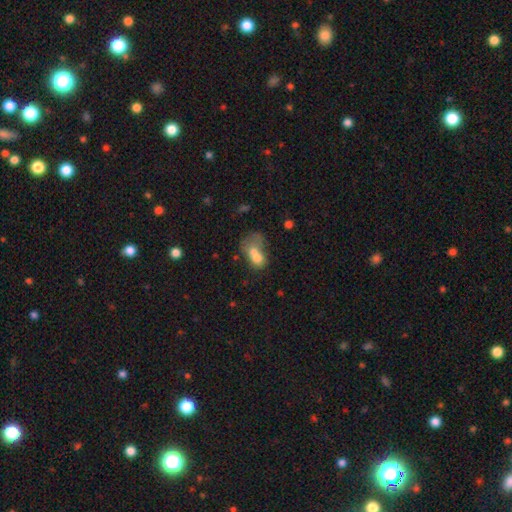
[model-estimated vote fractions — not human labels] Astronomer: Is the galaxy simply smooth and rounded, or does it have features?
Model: smooth — 63%.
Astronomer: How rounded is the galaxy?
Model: in between — 66%.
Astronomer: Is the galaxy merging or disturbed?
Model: merger — 67%.